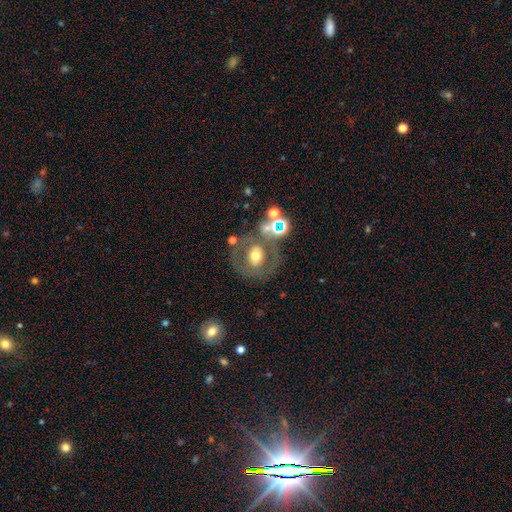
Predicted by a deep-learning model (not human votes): This appears to be a featured or disk galaxy (44%). Merging: none (63%).